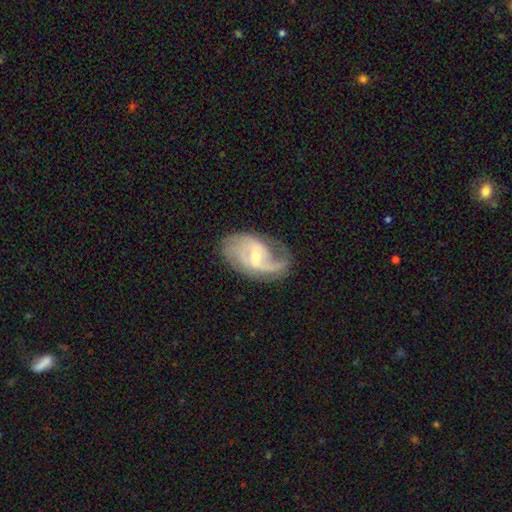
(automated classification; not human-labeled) Q: Smooth or featured?
A: featured or disk (86%); runner-up: smooth (9%)
Q: Edge-on disk?
A: no (97%); runner-up: yes (3%)
Q: Bar?
A: weak (55%); runner-up: no (28%)
Q: Spiral arms?
A: yes (96%); runner-up: no (4%)
Q: Spiral winding?
A: medium (47%); runner-up: loose (32%)
Q: Spiral arm count?
A: 2 (57%); runner-up: can't tell (13%)
Q: Bulge size?
A: small (56%); runner-up: moderate (38%)
Q: Merging?
A: none (65%); runner-up: minor disturbance (21%)